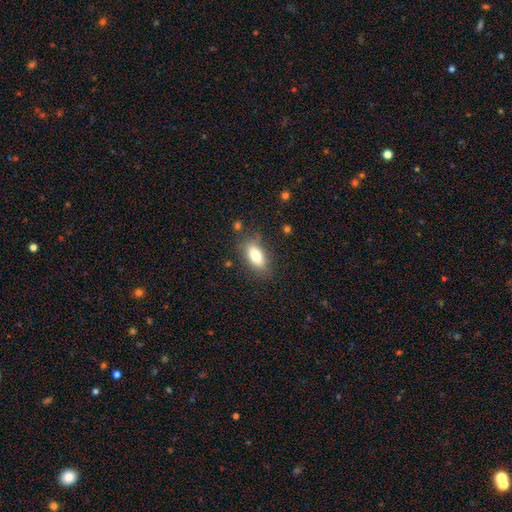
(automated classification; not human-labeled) Overall: smooth (77%). How rounded: in between (87%). Merging: none (80%).